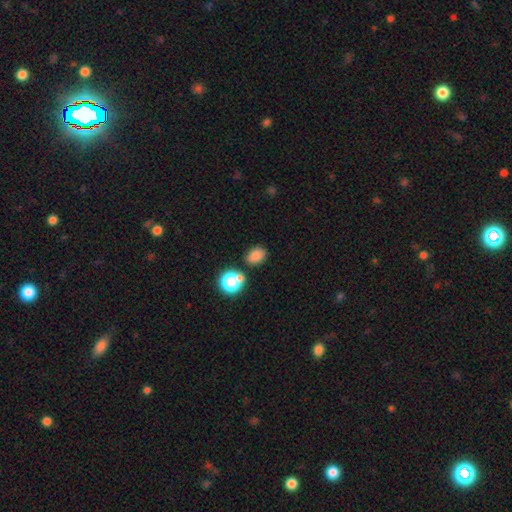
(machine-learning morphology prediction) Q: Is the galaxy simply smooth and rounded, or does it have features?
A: smooth — 79%.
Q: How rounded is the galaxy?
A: in between — 64%.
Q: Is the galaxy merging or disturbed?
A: none — 77%.